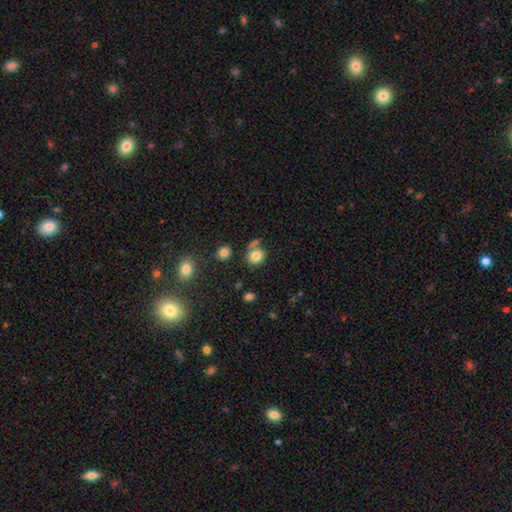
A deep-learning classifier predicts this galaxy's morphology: A smooth galaxy with no disk features (81%) that is round (73%). Merging: none (62%).